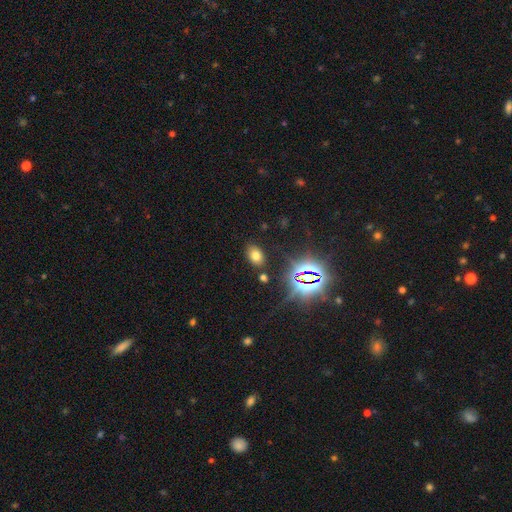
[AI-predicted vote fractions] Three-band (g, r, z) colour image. It shows a smooth galaxy with no disk features (66%) that is in between round and cigar-shaped (83%). Merging: none (84%).